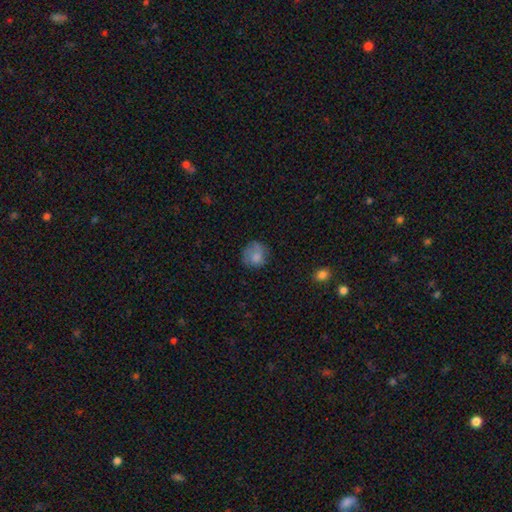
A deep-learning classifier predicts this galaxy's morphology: smooth 77%, featured or disk 14%, star or artifact 9%. Down the decision tree: how rounded — round (82%); merging — none (63%).